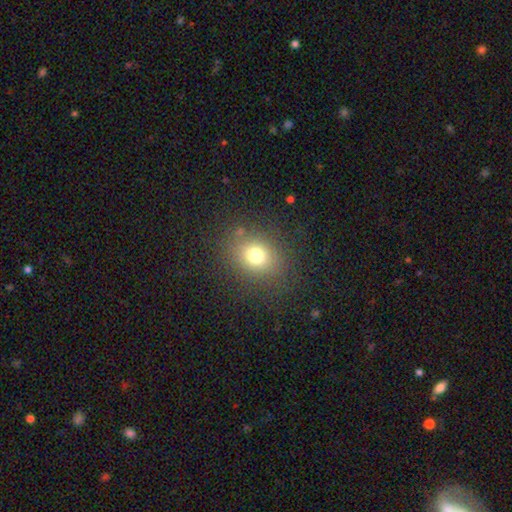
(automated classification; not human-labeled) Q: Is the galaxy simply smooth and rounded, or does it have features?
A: smooth — 73%.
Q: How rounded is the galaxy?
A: round — 66%.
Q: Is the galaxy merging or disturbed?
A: none — 83%.